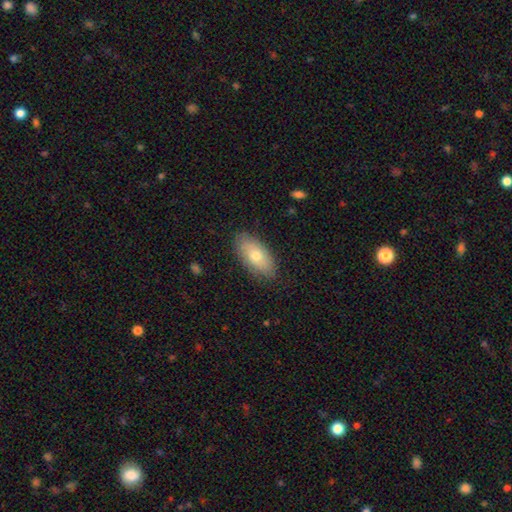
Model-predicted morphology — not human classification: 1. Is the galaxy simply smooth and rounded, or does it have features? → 69% smooth, 25% featured or disk, 6% star or artifact.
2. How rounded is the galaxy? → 91% in between, 5% cigar-shaped, 3% round.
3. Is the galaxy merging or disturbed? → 83% none, 13% minor disturbance, 3% major disturbance, 1% merger.